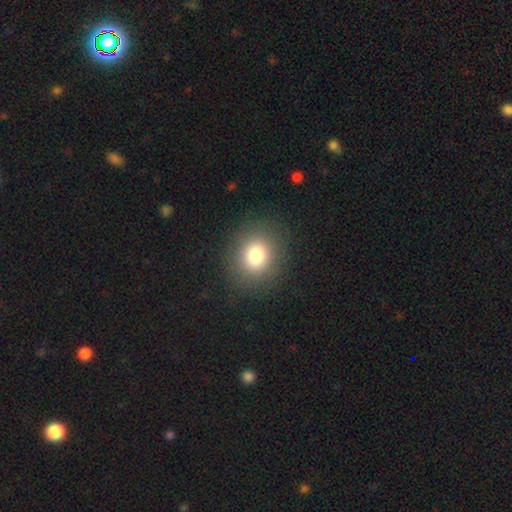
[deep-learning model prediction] smooth 79%, star or artifact 12%, featured or disk 9%. Down the decision tree: how rounded — round (77%); merging — none (88%).